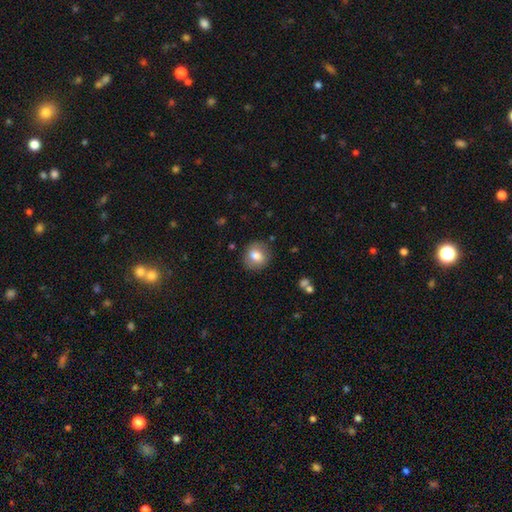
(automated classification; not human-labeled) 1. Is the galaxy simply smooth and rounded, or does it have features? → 78% smooth, 14% featured or disk, 8% star or artifact.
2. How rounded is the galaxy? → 76% round, 23% in between, 1% cigar-shaped.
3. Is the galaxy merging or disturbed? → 85% none, 11% minor disturbance, 3% major disturbance, 1% merger.